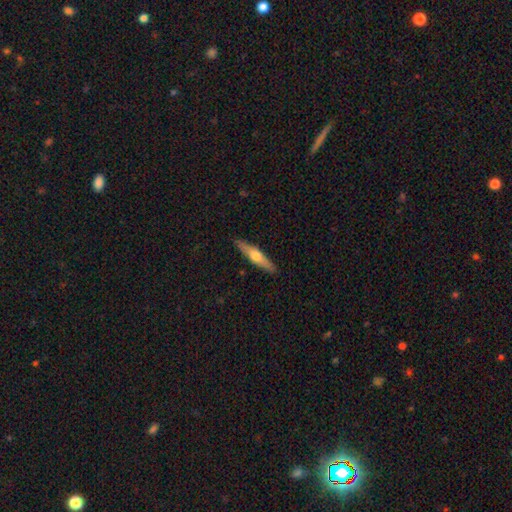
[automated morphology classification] featured or disk 50%, smooth 45%, star or artifact 5%. Down the decision tree: edge-on disk — yes (91%); merging — none (90%).